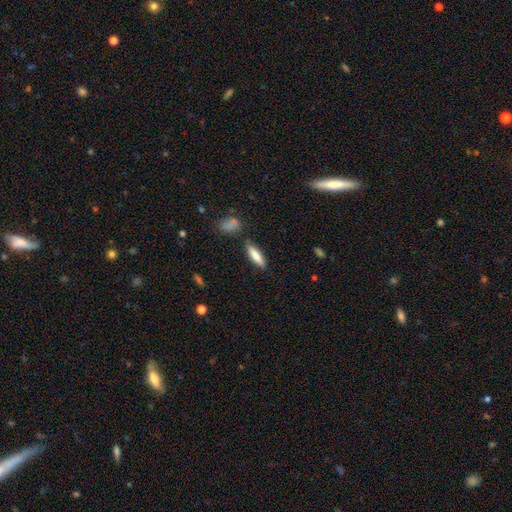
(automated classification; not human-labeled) smooth_or_featured: smooth (p=0.79) [alt: featured or disk p=0.14]
how_rounded: cigar-shaped (p=0.66) [alt: in between p=0.33]
merging: none (p=0.82) [alt: minor disturbance p=0.11]